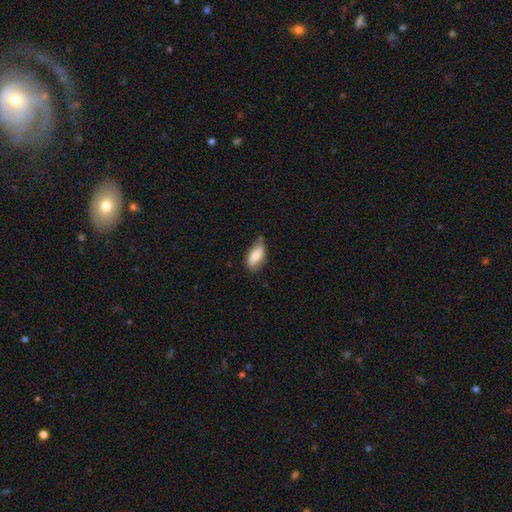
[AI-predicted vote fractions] smooth 79%, featured or disk 14%, star or artifact 7%. Down the decision tree: how rounded — in between (86%); merging — none (64%).